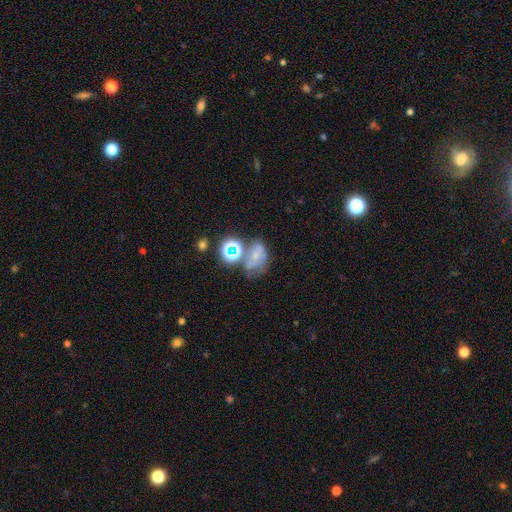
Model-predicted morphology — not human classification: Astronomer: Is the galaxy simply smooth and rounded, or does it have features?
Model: smooth — 41% (runner-up: featured or disk, 31%).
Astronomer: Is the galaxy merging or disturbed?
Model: none — 34% (runner-up: merger, 26%).